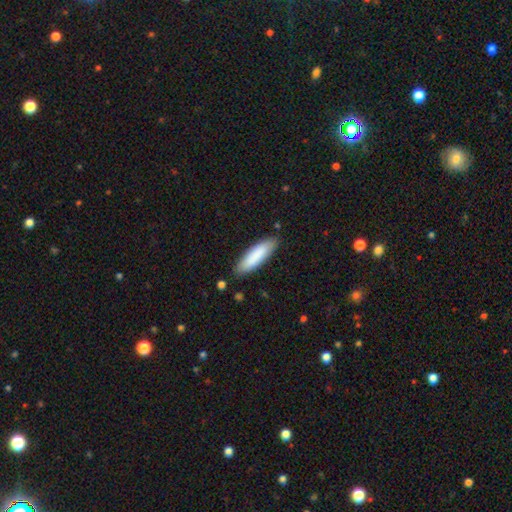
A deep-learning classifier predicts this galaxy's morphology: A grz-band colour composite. It shows a smooth galaxy with no disk features (86%) that is cigar-shaped (58%). Merging: none (86%).